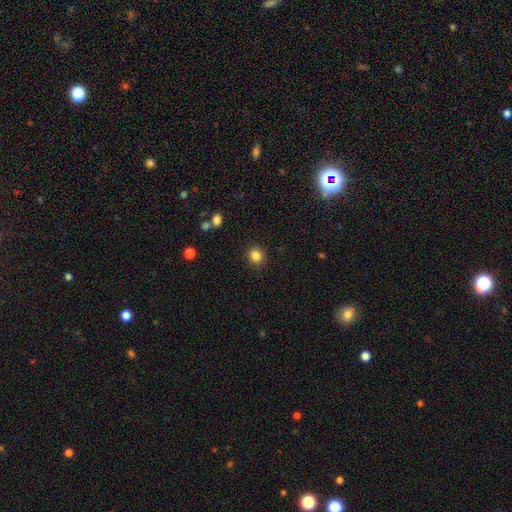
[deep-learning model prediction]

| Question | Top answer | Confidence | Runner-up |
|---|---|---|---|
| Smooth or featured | smooth | 84% | star or artifact (12%) |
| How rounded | round | 90% | in between (10%) |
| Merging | none | 90% | minor disturbance (6%) |